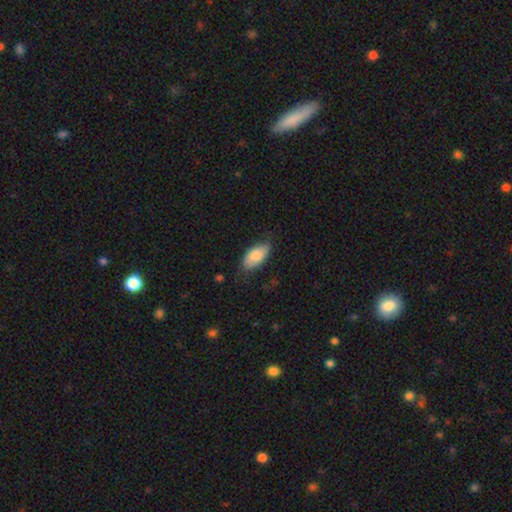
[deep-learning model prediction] A smooth galaxy with no disk features (82%) that is in between round and cigar-shaped (92%).

Vote fractions:
- Smooth or featured? smooth: 82% / featured or disk: 12% / star or artifact: 6%
- How rounded? in between: 92% / cigar-shaped: 5% / round: 2%
- Merging? none: 67% / minor disturbance: 25% / major disturbance: 6% / merger: 1%